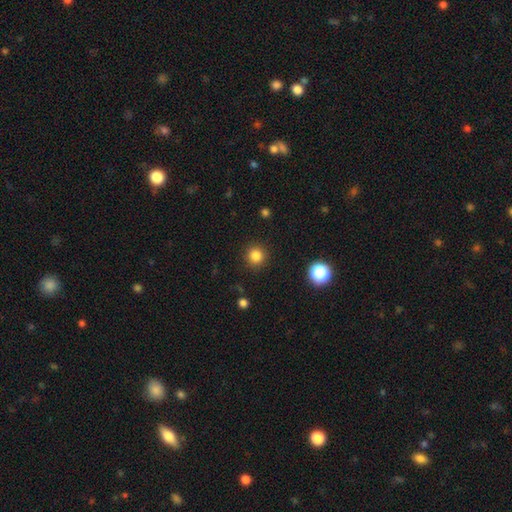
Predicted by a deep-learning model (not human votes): Smooth or featured?
  - smooth: 83% *
  - star or artifact: 13%
  - featured or disk: 5%
How rounded?
  - round: 94% *
  - in between: 5%
  - cigar-shaped: 1%
Merging?
  - none: 91% *
  - minor disturbance: 6%
  - major disturbance: 2%
  - merger: 1%